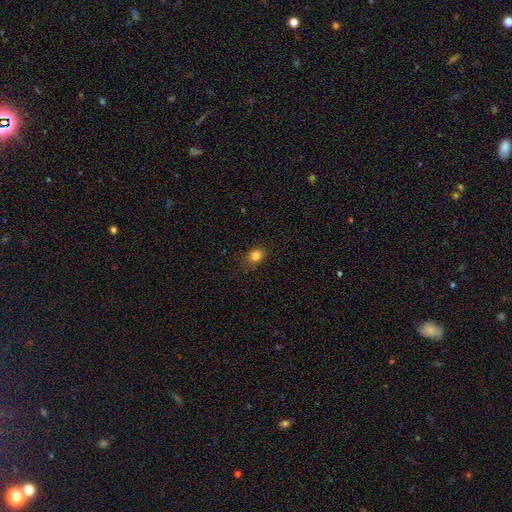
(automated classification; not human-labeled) A smooth galaxy with no disk features (81%) that is round (55%). Merging: none (80%).